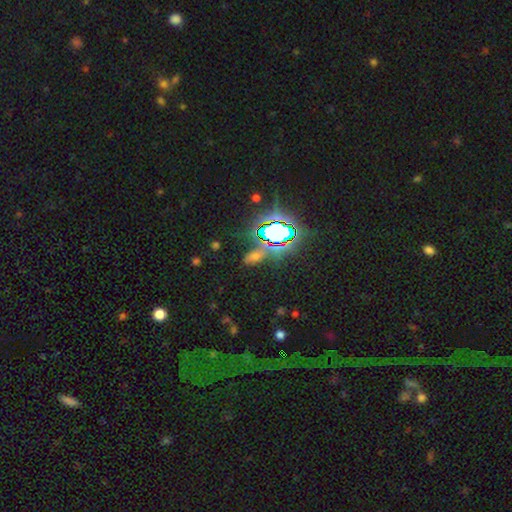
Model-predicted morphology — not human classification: type=star or artifact (61%).